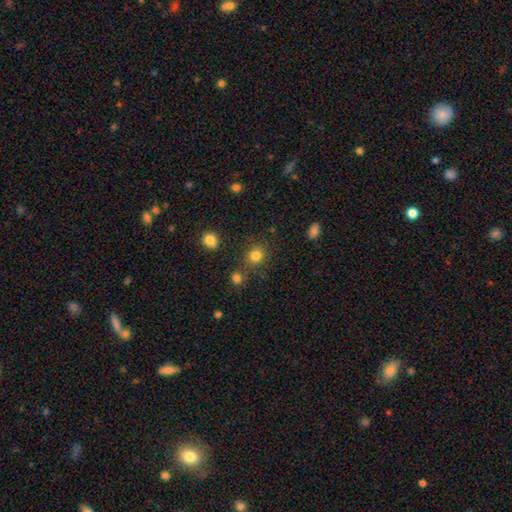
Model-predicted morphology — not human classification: Overall: smooth (81%). How rounded: round (80%). Merging: none (78%).